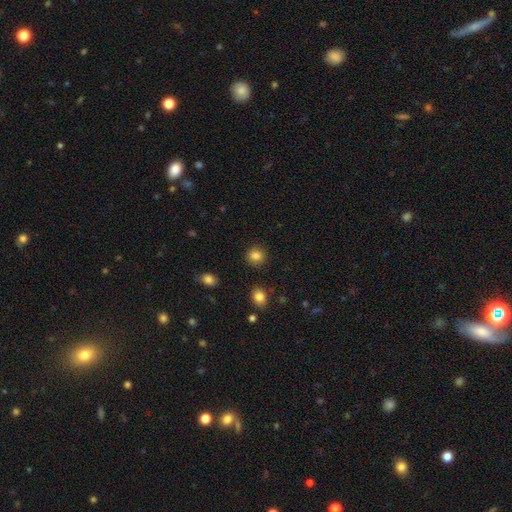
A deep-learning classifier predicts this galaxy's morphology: Smooth or featured? smooth (85%)
How rounded? round (86%)
Merging? none (89%)